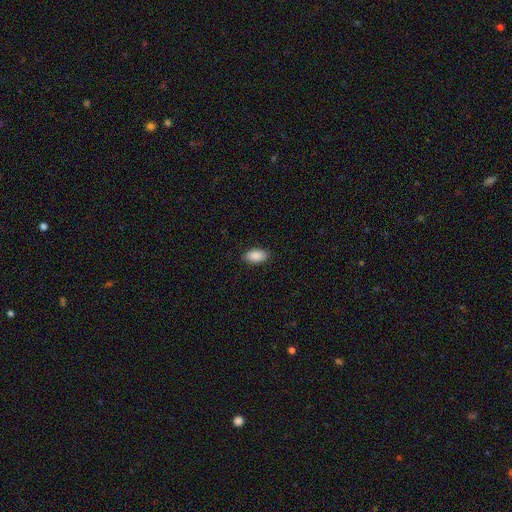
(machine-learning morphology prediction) A smooth galaxy with no disk features (90%) that is in between round and cigar-shaped (95%). Merging: none (89%).